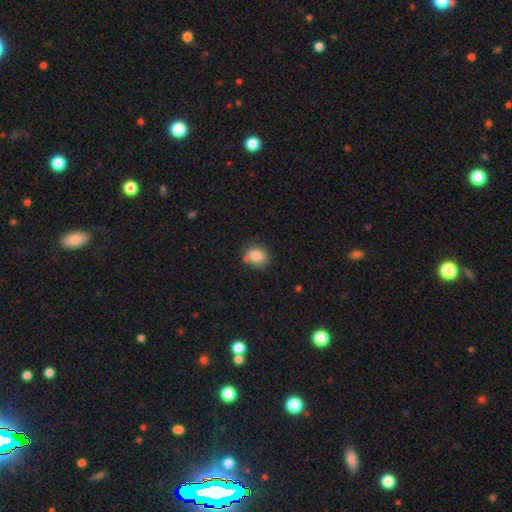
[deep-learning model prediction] A smooth galaxy with no disk features (83%) that is round (55%). Merging: none (65%).